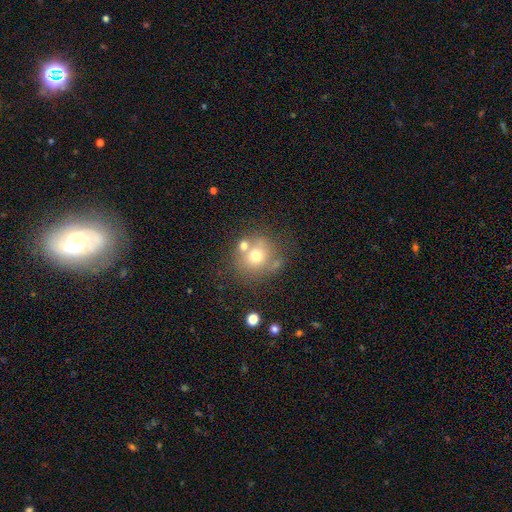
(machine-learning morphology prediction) smooth-or-featured: smooth: 64% | featured or disk: 22% | star or artifact: 14%
  how-rounded: round: 84% | in between: 15% | cigar-shaped: 1%
  merging: none: 56% | merger: 23% | minor disturbance: 14% | major disturbance: 7%